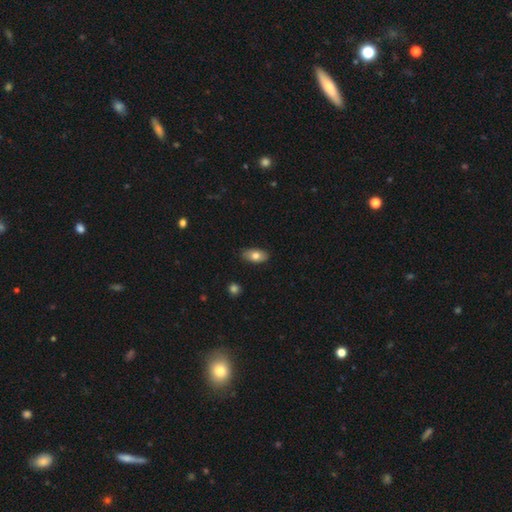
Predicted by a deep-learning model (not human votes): The model was most divided on "smooth or featured": smooth: 77%, featured or disk: 17%, star or artifact: 7%. More confident: how rounded — in between (91%); merging — none (86%).